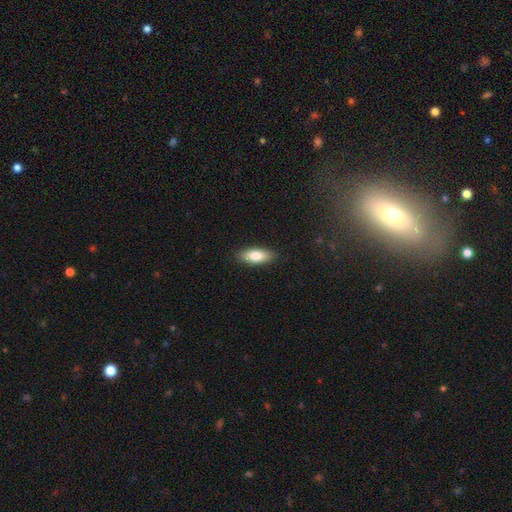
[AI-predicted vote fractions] smooth_or_featured: smooth (p=0.79) [alt: featured or disk p=0.14]
how_rounded: in between (p=0.75) [alt: cigar-shaped p=0.23]
merging: none (p=0.89) [alt: minor disturbance p=0.08]